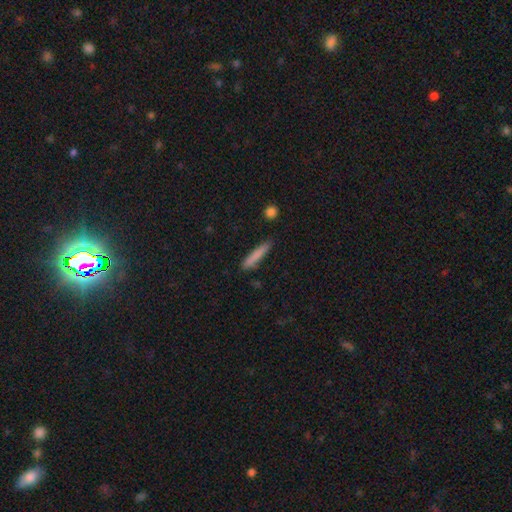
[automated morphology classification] Smooth or featured: smooth — 80% (featured or disk — 13%)
How rounded: cigar-shaped — 92% (in between — 6%)
Merging: none — 83% (minor disturbance — 12%)